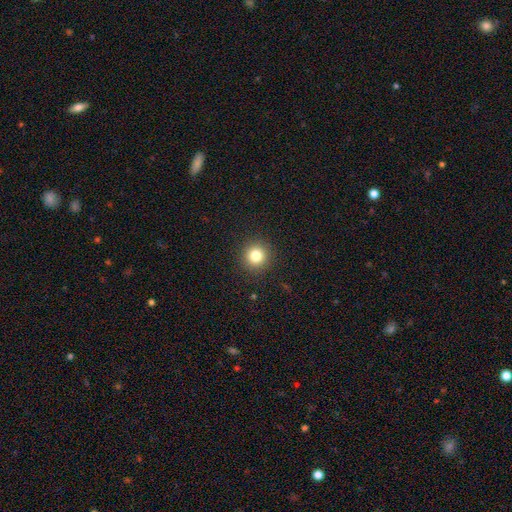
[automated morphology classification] A smooth galaxy with no disk features (82%) that is round (95%). Merging: none (92%).